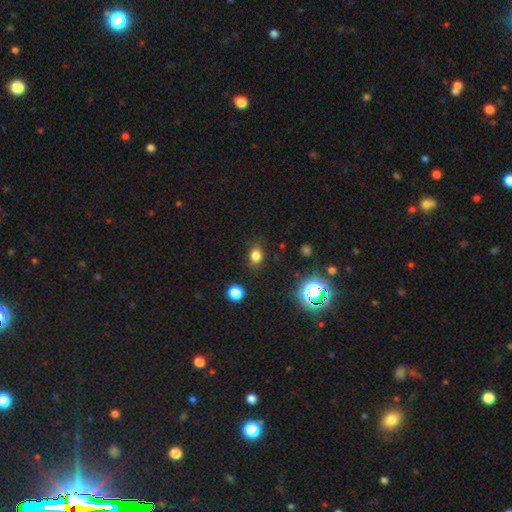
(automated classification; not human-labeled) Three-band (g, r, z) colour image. It shows a smooth galaxy with no disk features (79%) that is in between round and cigar-shaped (56%). Merging: none (85%).